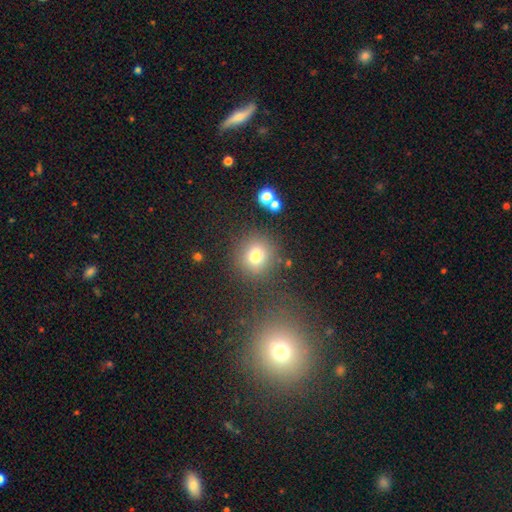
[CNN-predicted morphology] smooth-or-featured: smooth: 76% | star or artifact: 15% | featured or disk: 9%
  how-rounded: round: 88% | in between: 11% | cigar-shaped: 1%
  merging: none: 81% | minor disturbance: 9% | merger: 5% | major disturbance: 4%